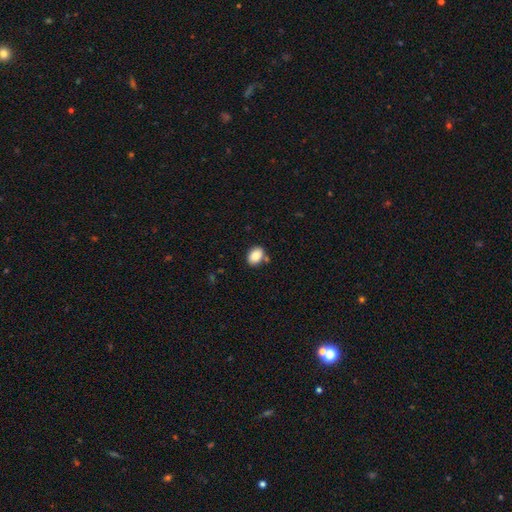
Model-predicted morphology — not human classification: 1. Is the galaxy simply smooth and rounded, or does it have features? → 88% smooth, 8% star or artifact, 4% featured or disk.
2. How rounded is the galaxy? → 80% in between, 19% round, 1% cigar-shaped.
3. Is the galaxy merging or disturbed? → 76% none, 13% minor disturbance, 8% merger, 3% major disturbance.